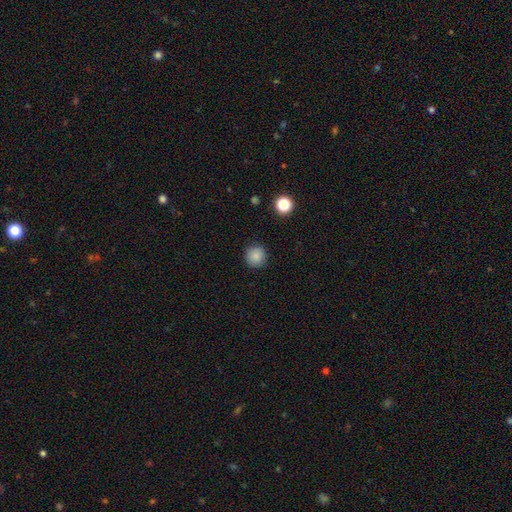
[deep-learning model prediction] This appears to be a smooth galaxy with no disk features (86%) that is round (94%). Merging: none (91%).